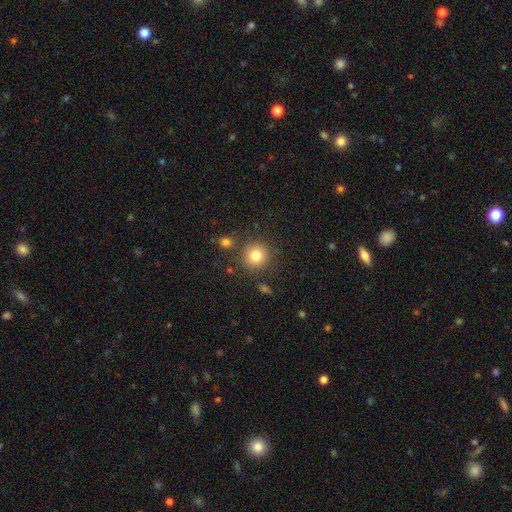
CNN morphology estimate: This is clearly a smooth galaxy (81%). How rounded: clearly round (92%). Merging: clearly none (83%).